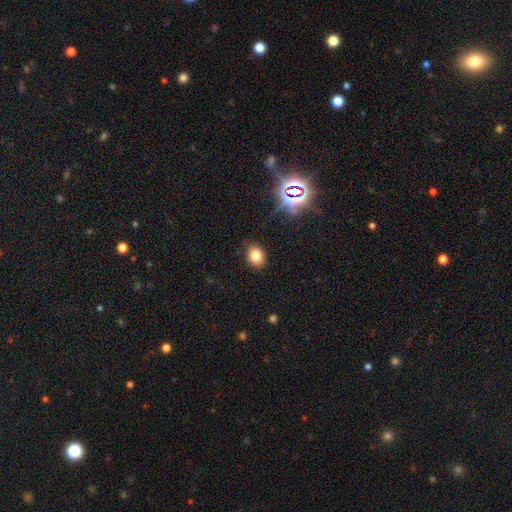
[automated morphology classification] smooth_or_featured: smooth (p=0.79) [alt: star or artifact p=0.15]
how_rounded: in between (p=0.61) [alt: round p=0.38]
merging: none (p=0.86) [alt: minor disturbance p=0.10]